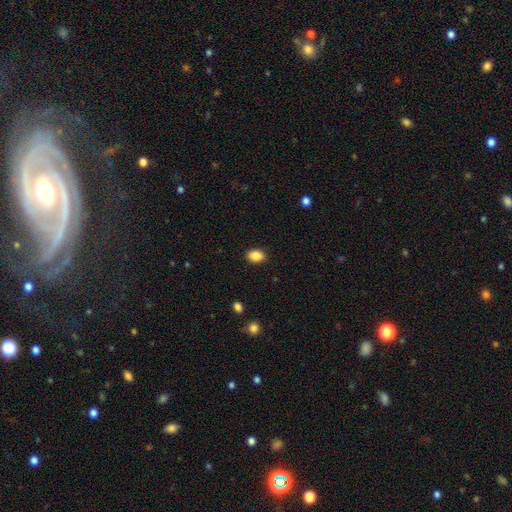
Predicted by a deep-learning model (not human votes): The model was most divided on "how rounded": in between: 72%, round: 27%, cigar-shaped: 1%. More confident: merging — none (90%); smooth or featured — smooth (88%).